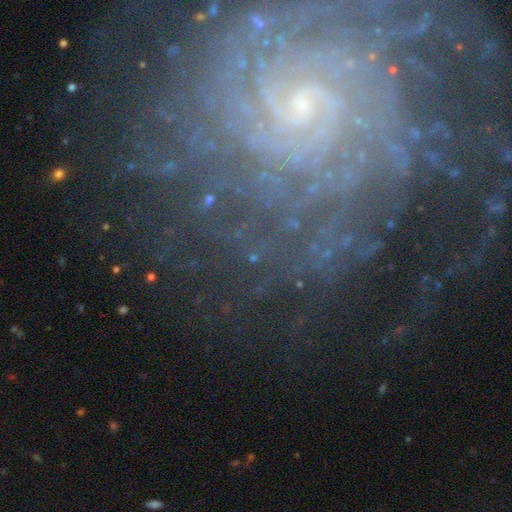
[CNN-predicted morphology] A featured or disk galaxy (51%). Merging: none (72%).